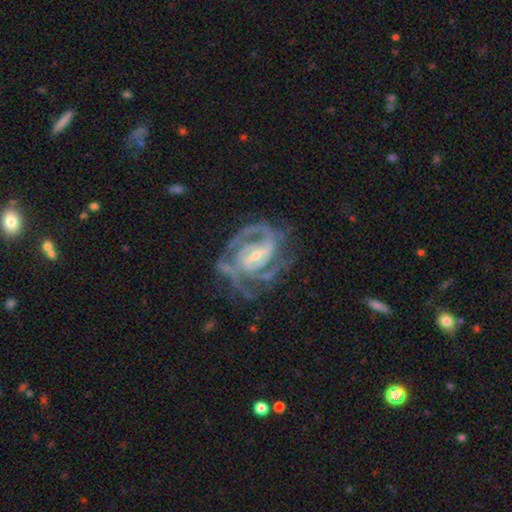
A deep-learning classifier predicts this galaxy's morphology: Smooth or featured? featured or disk (91%)
Edge-on disk? no (98%)
Bar? weak (45%)
Spiral arms? yes (98%)
Spiral winding? tight (53%)
Spiral arm count? 3 (34%)
Bulge size? small (64%)
Merging? none (62%)